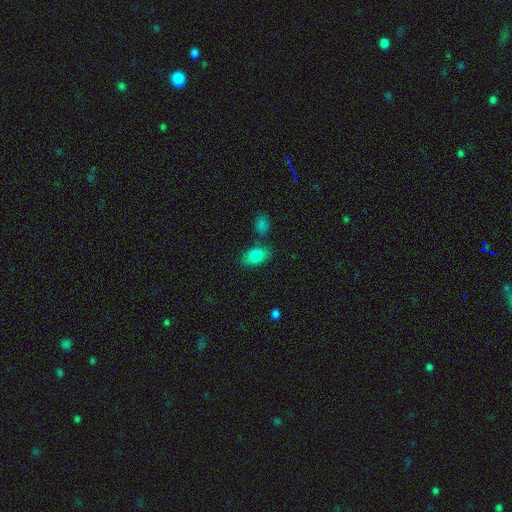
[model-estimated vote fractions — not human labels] Morphology: type=smooth (82%); roundness=in between (89%); merging=none (73%).